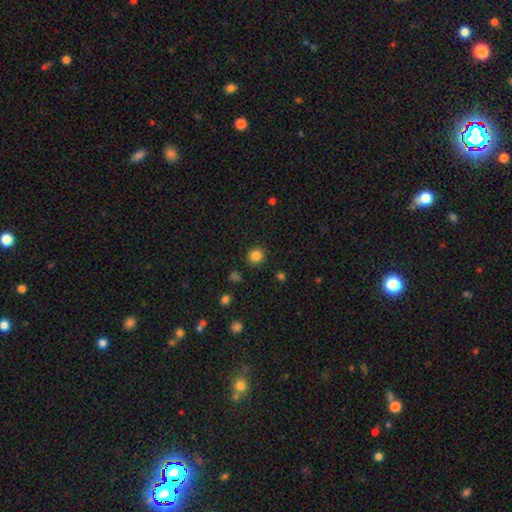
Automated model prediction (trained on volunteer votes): smooth 84%, star or artifact 12%, featured or disk 4%. Down the decision tree: how rounded — round (92%); merging — none (89%).